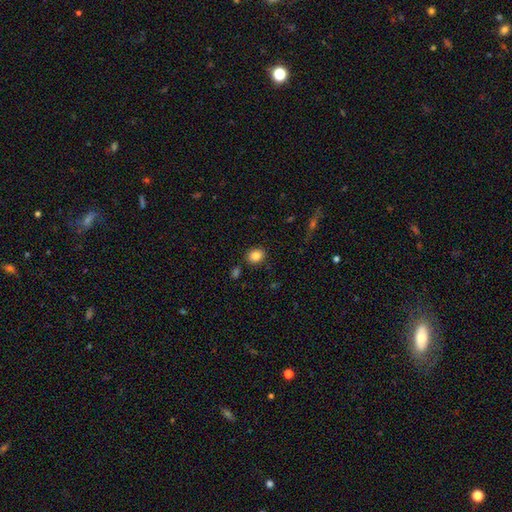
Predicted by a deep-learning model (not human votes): Q: Smooth or featured?
A: smooth (84%); runner-up: star or artifact (10%)
Q: How rounded?
A: round (63%); runner-up: in between (36%)
Q: Merging?
A: none (86%); runner-up: minor disturbance (8%)